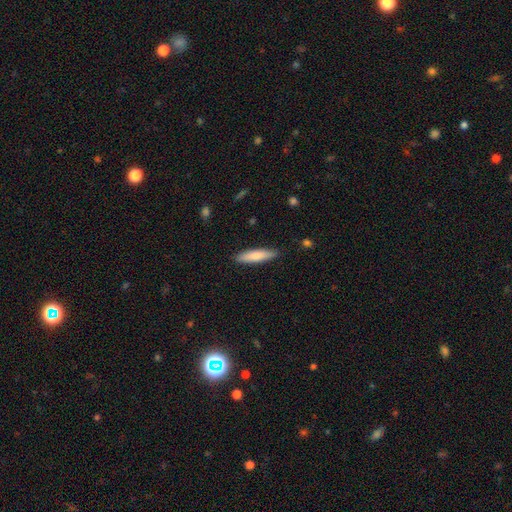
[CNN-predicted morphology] Smooth or featured? smooth (78%)
How rounded? cigar-shaped (77%)
Merging? none (88%)